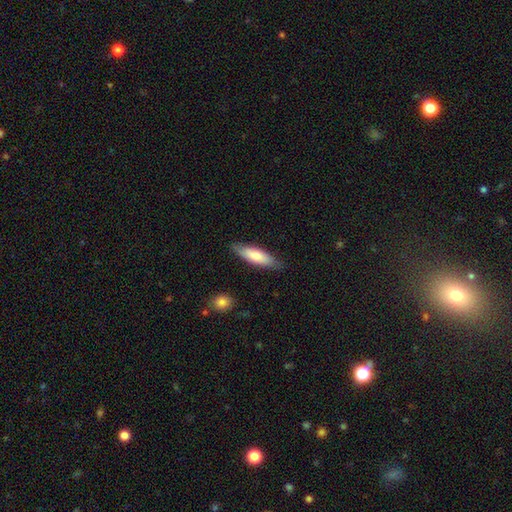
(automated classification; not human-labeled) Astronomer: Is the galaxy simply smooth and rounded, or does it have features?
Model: smooth — 73%.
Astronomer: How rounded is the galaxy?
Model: cigar-shaped — 56% (runner-up: in between, 43%).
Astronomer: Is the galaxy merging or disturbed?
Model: none — 83%.